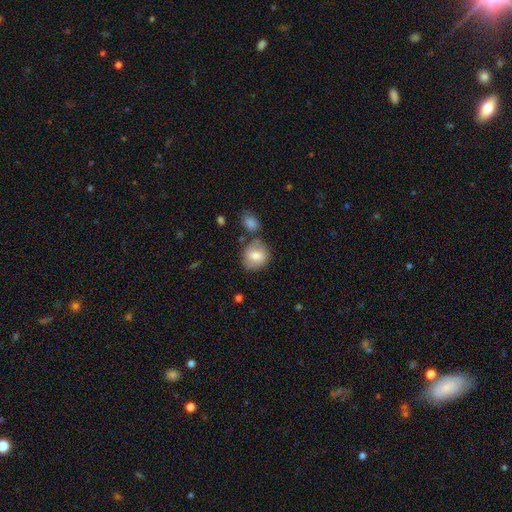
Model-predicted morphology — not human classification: A smooth galaxy with no disk features (74%) that is round (80%).

Vote fractions:
- Smooth or featured? smooth: 74% / featured or disk: 18% / star or artifact: 8%
- How rounded? round: 80% / in between: 18% / cigar-shaped: 1%
- Merging? none: 68% / minor disturbance: 15% / merger: 14% / major disturbance: 4%